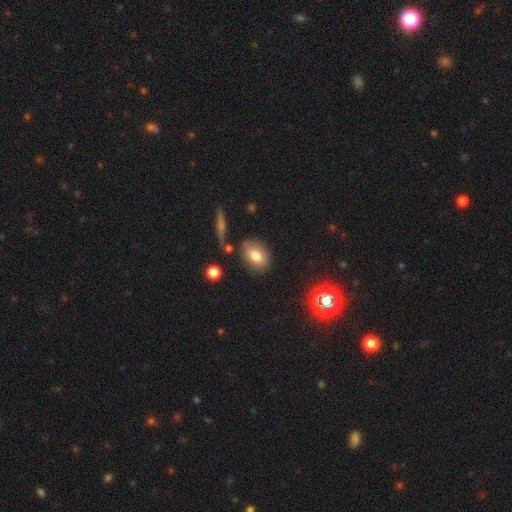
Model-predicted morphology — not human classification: type=smooth (80%); roundness=in between (77%); merging=none (76%).